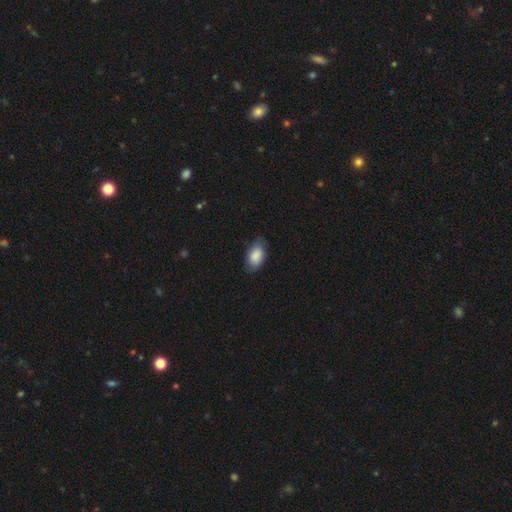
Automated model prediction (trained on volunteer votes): This is clearly a smooth galaxy (85%). How rounded: clearly in between (93%). Merging: likely none (76%).